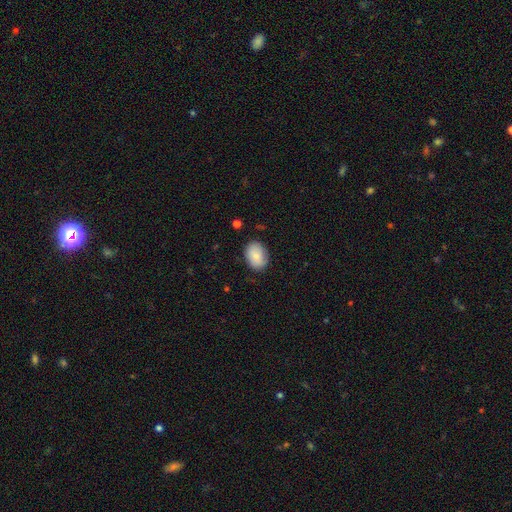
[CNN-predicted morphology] The model was most divided on "how rounded": in between: 72%, round: 27%, cigar-shaped: 1%. More confident: smooth or featured — smooth (79%); merging — none (78%).